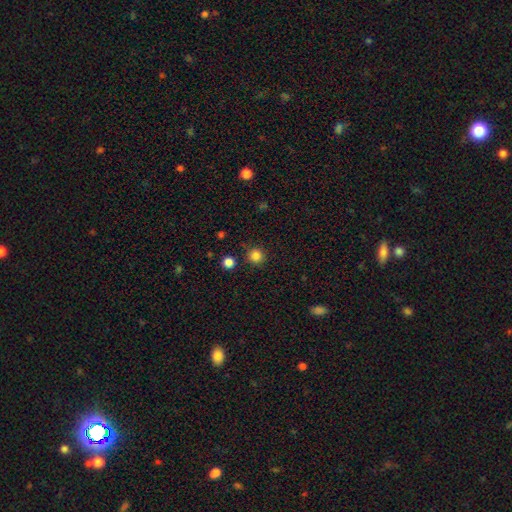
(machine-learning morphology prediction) Smooth or featured?
  - smooth: 84% *
  - star or artifact: 12%
  - featured or disk: 4%
How rounded?
  - round: 95% *
  - in between: 4%
  - cigar-shaped: 1%
Merging?
  - none: 89% *
  - minor disturbance: 6%
  - merger: 3%
  - major disturbance: 2%